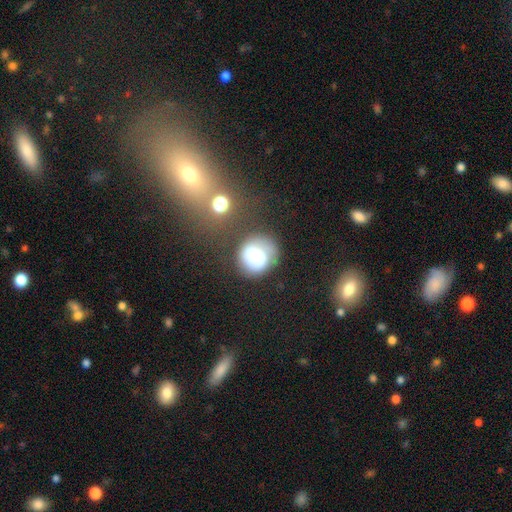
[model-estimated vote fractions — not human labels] Morphology: type=smooth (54%); roundness=round (86%); merging=none (62%).